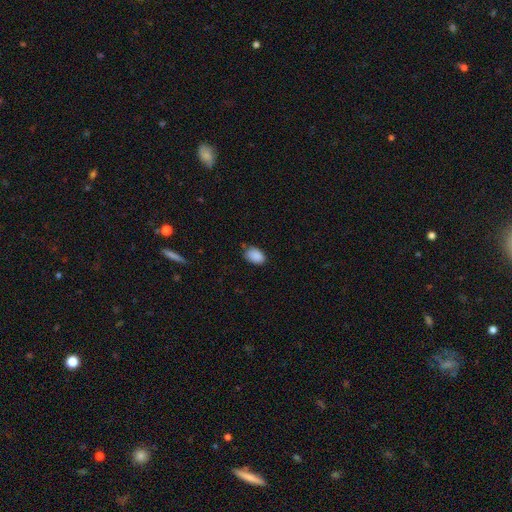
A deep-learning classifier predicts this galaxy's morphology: Smooth or featured? Predicted: smooth (p=0.89). How rounded? Predicted: in between (p=0.84). Merging? Predicted: none (p=0.73).